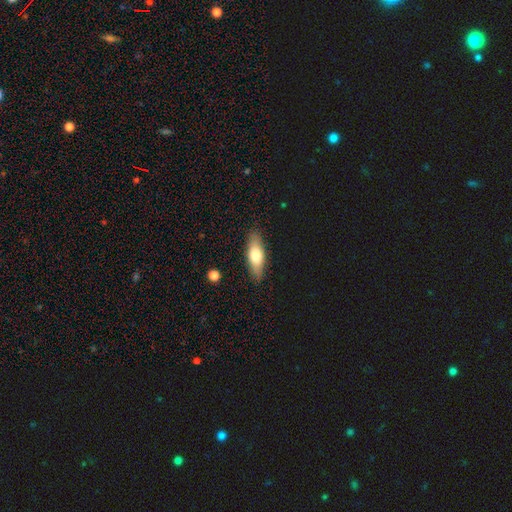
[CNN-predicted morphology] A smooth galaxy with no disk features (63%) that is in between round and cigar-shaped (59%). Merging: none (88%).